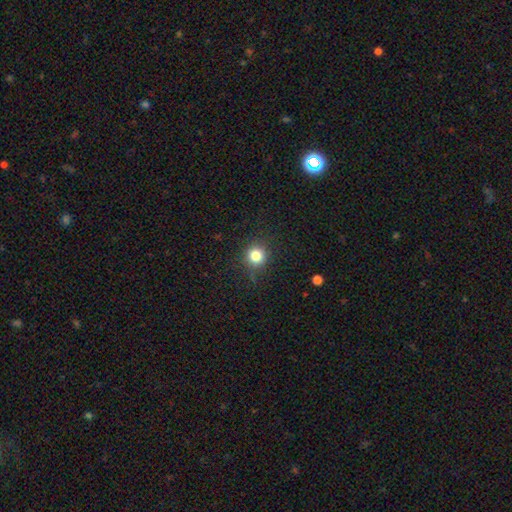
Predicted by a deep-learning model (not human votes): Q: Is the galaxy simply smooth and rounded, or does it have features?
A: smooth — 81%.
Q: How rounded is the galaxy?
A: round — 91%.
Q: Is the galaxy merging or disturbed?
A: none — 85%.